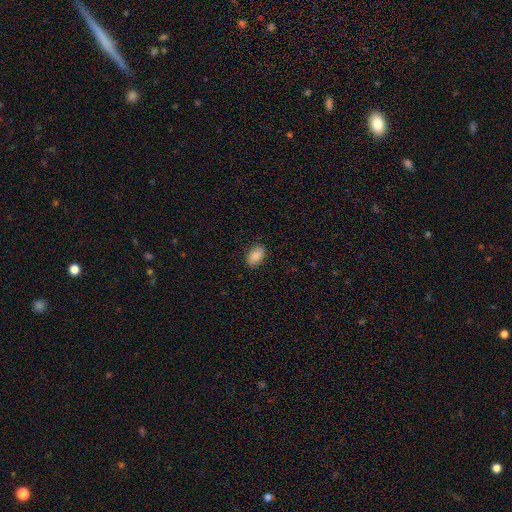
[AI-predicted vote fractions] Smooth or featured?
  - smooth: 86% *
  - star or artifact: 7%
  - featured or disk: 6%
How rounded?
  - in between: 91% *
  - round: 8%
  - cigar-shaped: 2%
Merging?
  - none: 88% *
  - minor disturbance: 9%
  - major disturbance: 2%
  - merger: 1%